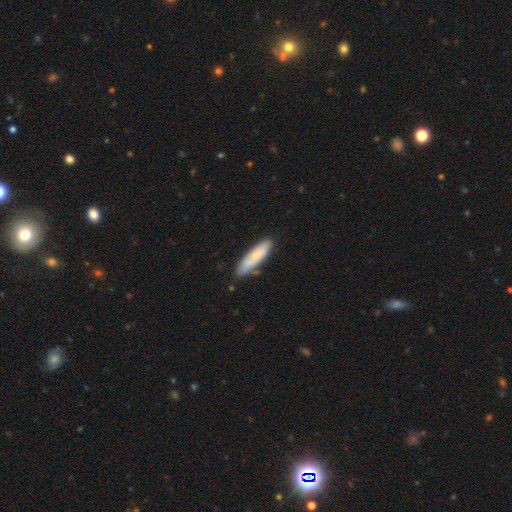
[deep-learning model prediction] Smooth or featured?
  - smooth: 69% *
  - featured or disk: 25%
  - star or artifact: 7%
How rounded?
  - cigar-shaped: 69% *
  - in between: 29%
  - round: 2%
Merging?
  - none: 78% *
  - minor disturbance: 16%
  - merger: 3%
  - major disturbance: 3%